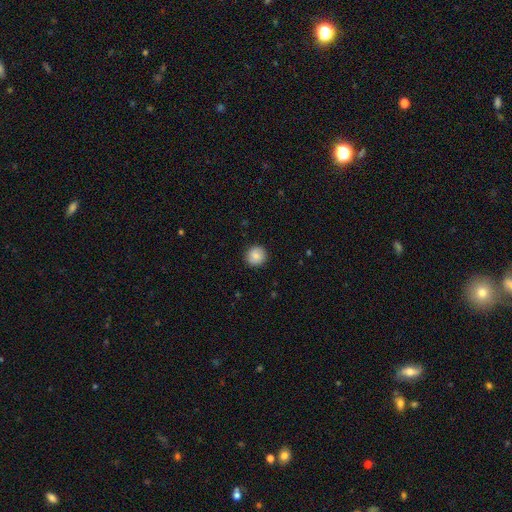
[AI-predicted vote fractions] Smooth or featured: smooth — 84% (featured or disk — 8%)
How rounded: round — 94% (in between — 5%)
Merging: none — 91% (minor disturbance — 6%)